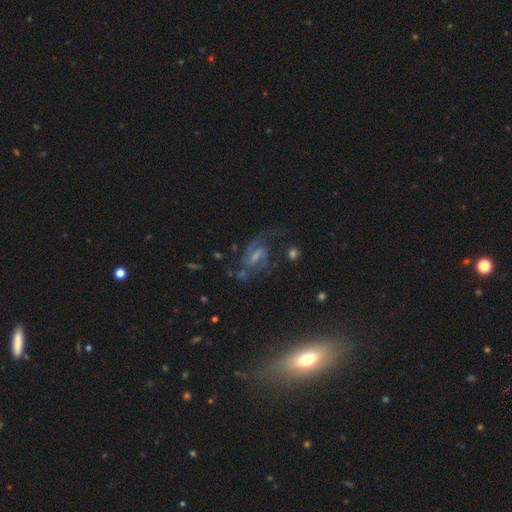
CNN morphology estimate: A featured or disk galaxy (79%) with a weak bar (51%), 2 (78%) medium (48%) spiral arms (94%) and a small central bulge (47%).

Vote fractions:
- Smooth or featured? featured or disk: 79% / star or artifact: 13% / smooth: 9%
- Edge-on disk? no: 96% / yes: 4%
- Bar? weak: 51% / no: 28% / strong: 22%
- Spiral arms? yes: 94% / no: 6%
- Spiral winding? medium: 48% / loose: 36% / tight: 15%
- Spiral arm count? 2: 78% / can't tell: 8% / 1: 6% / 3: 5% / 4: 2% / more than 4: 2%
- Bulge size? small: 47% / moderate: 30% / none: 17% / large: 4% / dominant: 2%
- Merging? none: 60% / major disturbance: 18% / minor disturbance: 17% / merger: 5%